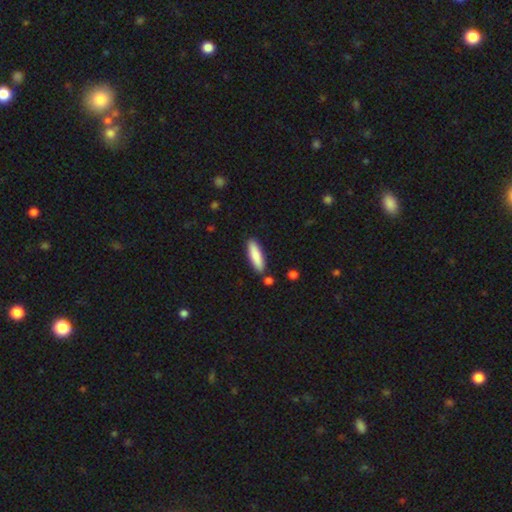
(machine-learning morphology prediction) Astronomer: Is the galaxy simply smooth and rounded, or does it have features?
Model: smooth — 83%.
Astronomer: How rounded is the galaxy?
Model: cigar-shaped — 69%.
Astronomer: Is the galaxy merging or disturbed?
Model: none — 85%.